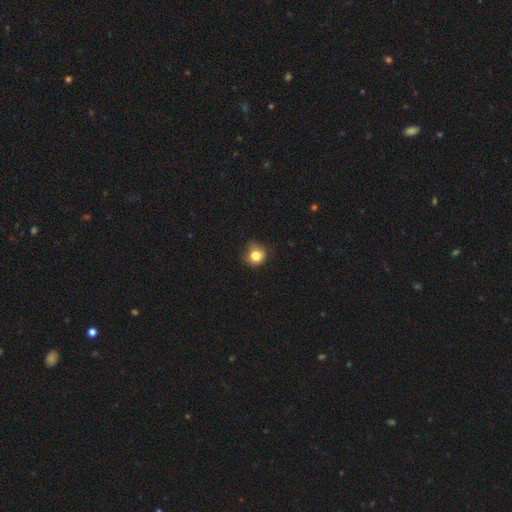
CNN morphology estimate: Overall: smooth (80%). How rounded: round (86%). Merging: none (67%).